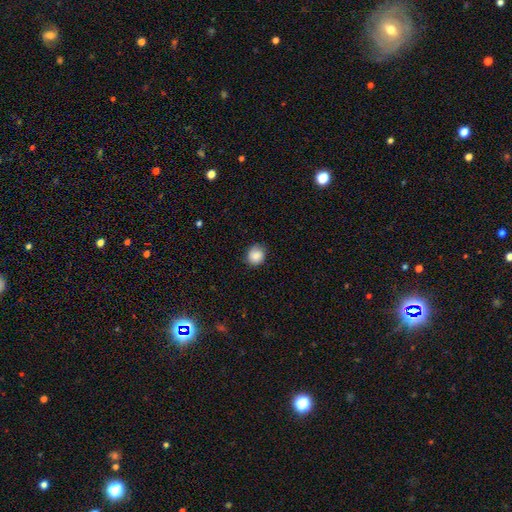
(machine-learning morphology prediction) smooth_or_featured: smooth (p=0.85) [alt: star or artifact p=0.08]
how_rounded: round (p=0.80) [alt: in between p=0.19]
merging: none (p=0.78) [alt: minor disturbance p=0.18]